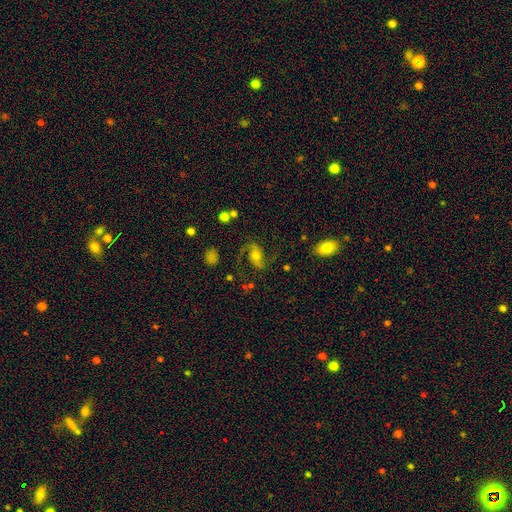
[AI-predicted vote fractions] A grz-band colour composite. It shows a featured or disk galaxy (79%) with no bar (50%), 2 (93%) loose (47%) spiral arms (95%) and a moderate central bulge (66%). Merging: none (72%).